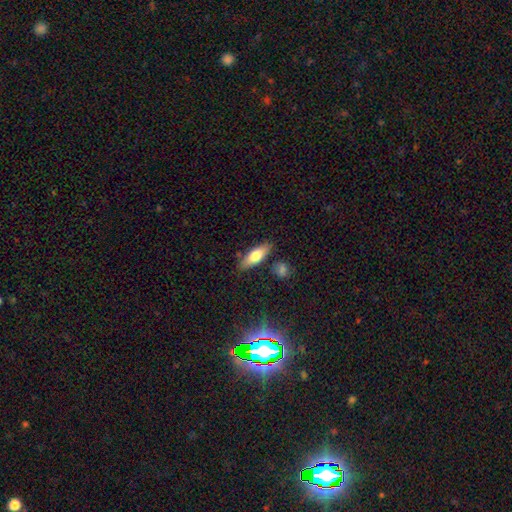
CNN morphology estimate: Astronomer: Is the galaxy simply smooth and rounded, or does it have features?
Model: smooth — 71%.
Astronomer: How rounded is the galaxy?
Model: in between — 63%.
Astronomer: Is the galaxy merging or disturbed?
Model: none — 81%.